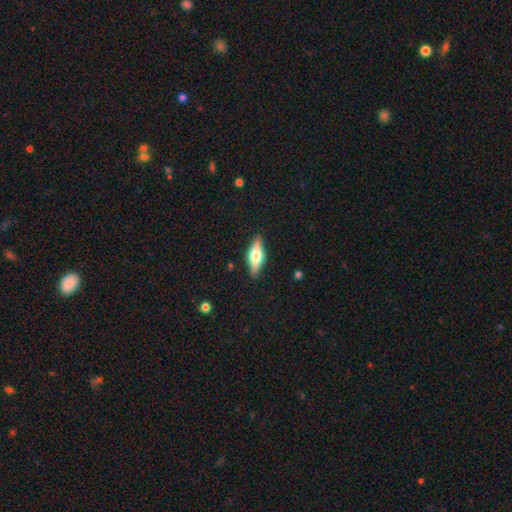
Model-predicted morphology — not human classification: Smooth or featured? Predicted: featured or disk (p=0.50). Merging? Predicted: none (p=0.87).